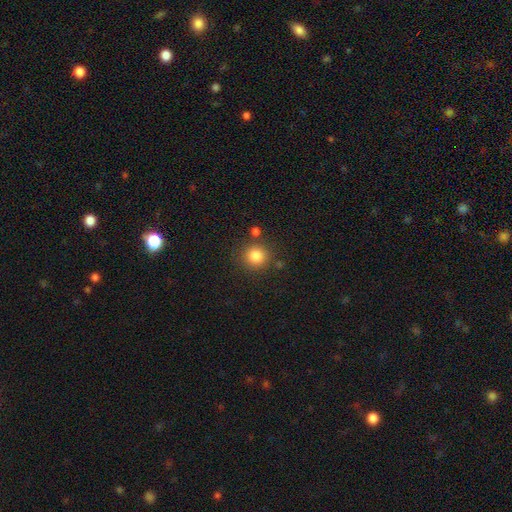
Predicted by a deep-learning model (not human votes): Morphology: type=smooth (83%); roundness=round (92%); merging=none (82%).